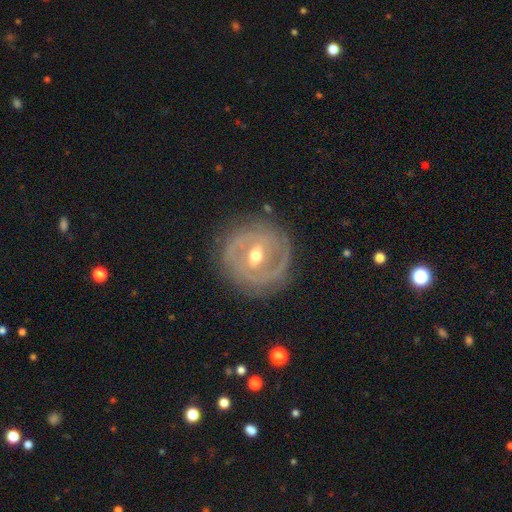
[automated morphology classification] Smooth or featured? Predicted: featured or disk (p=0.82). Edge-on disk? Predicted: no (p=0.95). Bar? Predicted: weak (p=0.49). Spiral arms? Predicted: yes (p=0.80). Spiral winding? Predicted: tight (p=0.67). Spiral arm count? Predicted: 2 (p=0.39). Bulge size? Predicted: moderate (p=0.70). Merging? Predicted: none (p=0.80).